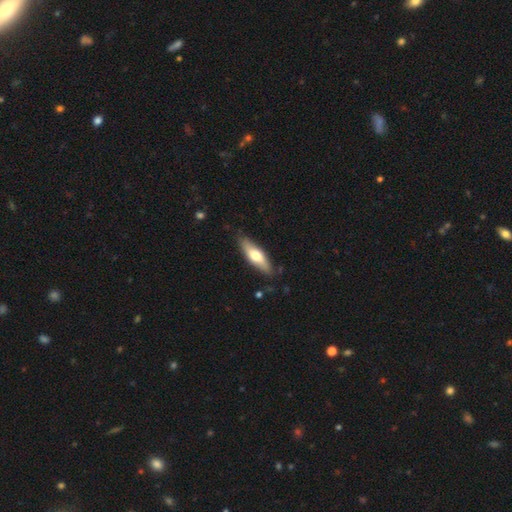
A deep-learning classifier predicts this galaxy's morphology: This appears to be a smooth galaxy with no disk features (60%) that is cigar-shaped (51%). Merging: none (82%).